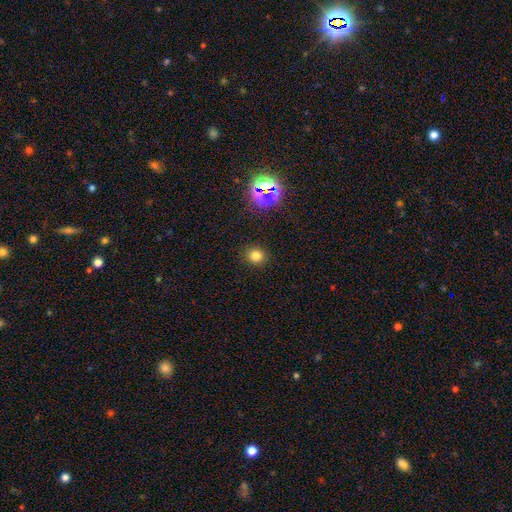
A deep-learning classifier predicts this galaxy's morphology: smooth 77%, star or artifact 18%, featured or disk 6%. Down the decision tree: how rounded — round (82%); merging — none (90%).